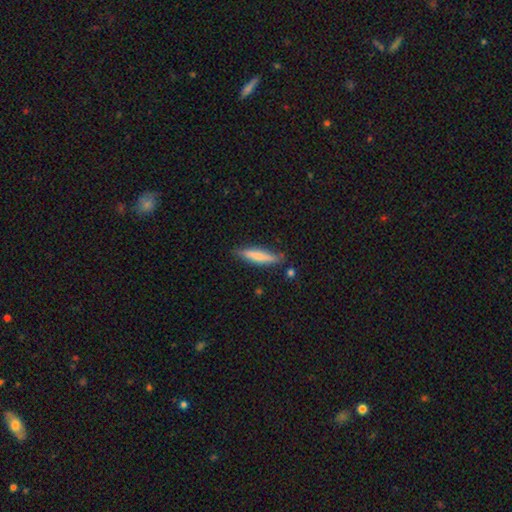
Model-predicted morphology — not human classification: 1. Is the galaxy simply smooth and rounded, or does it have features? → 68% smooth, 26% featured or disk, 6% star or artifact.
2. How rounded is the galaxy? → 87% cigar-shaped, 12% in between, 1% round.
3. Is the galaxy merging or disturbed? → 80% none, 14% minor disturbance, 3% merger, 3% major disturbance.